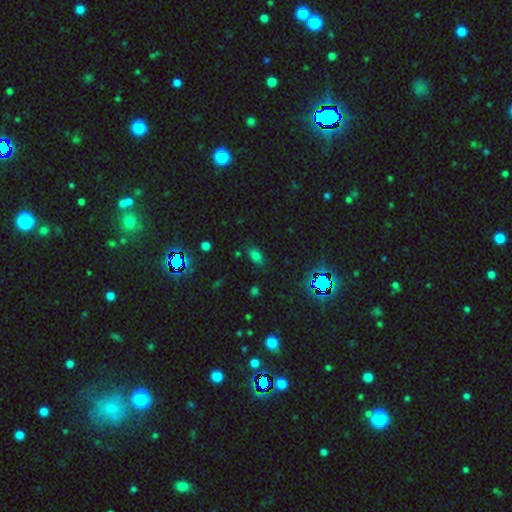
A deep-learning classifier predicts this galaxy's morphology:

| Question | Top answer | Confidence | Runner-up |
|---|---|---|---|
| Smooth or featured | smooth | 63% | star or artifact (30%) |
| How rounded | in between | 84% | round (9%) |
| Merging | none | 76% | minor disturbance (16%) |